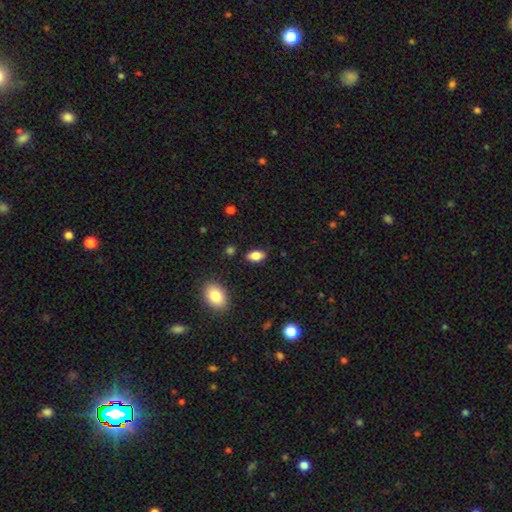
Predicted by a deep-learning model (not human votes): smooth-or-featured: smooth: 83% | featured or disk: 9% | star or artifact: 8%
  how-rounded: in between: 90% | cigar-shaped: 5% | round: 5%
  merging: none: 86% | minor disturbance: 10% | major disturbance: 2% | merger: 2%